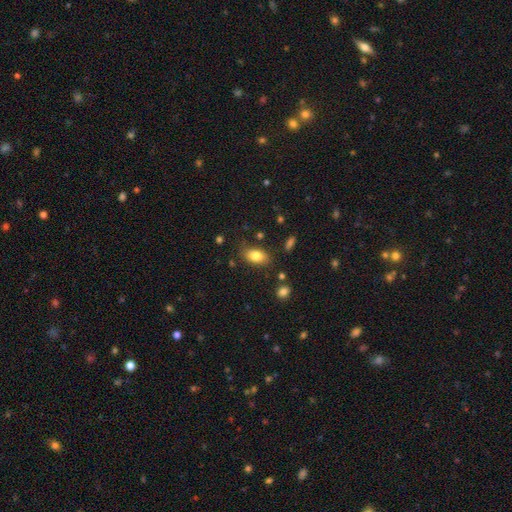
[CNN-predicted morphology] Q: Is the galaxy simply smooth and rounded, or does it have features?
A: smooth — 82%.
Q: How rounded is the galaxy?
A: in between — 89%.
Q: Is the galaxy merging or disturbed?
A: none — 78%.